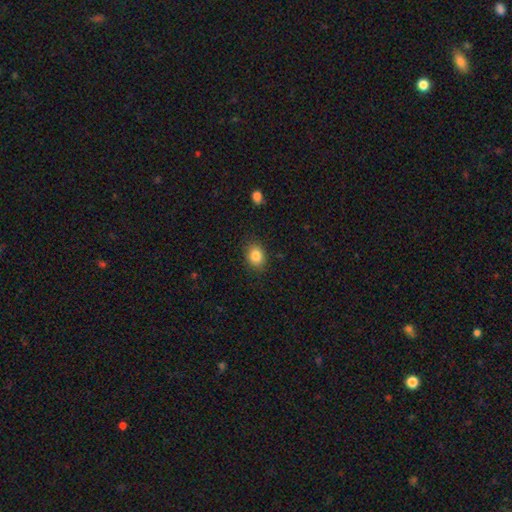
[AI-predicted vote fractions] This appears to be a smooth galaxy with no disk features (85%) that is in between round and cigar-shaped (58%). Merging: none (86%).